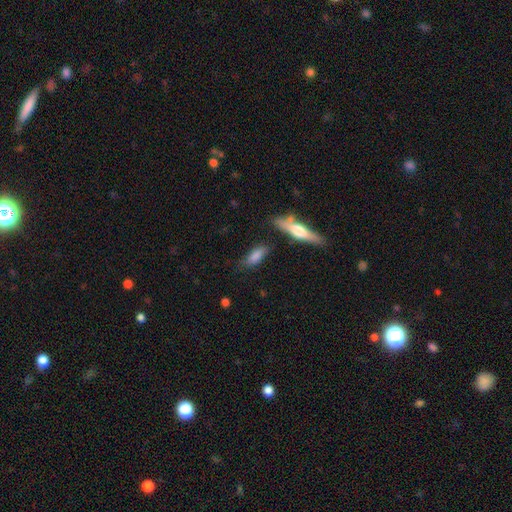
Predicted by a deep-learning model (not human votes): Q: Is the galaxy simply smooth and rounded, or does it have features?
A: smooth — 79%.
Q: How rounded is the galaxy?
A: in between — 65%.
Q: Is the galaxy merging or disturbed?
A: none — 70%.